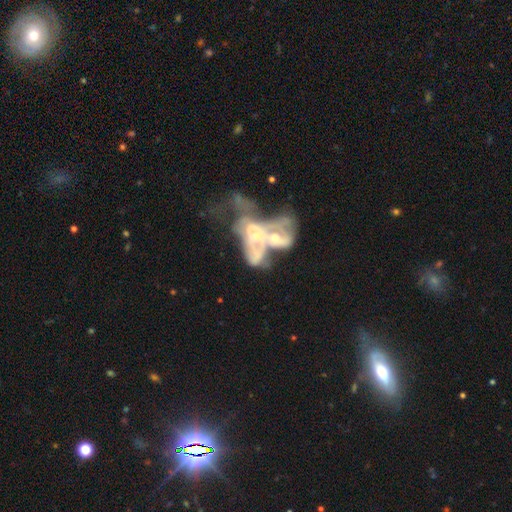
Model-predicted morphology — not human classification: type=featured or disk (70%); edge-on=no (96%); bar=no (81%); spiral arms=no (56%); bulge=moderate (52%); merging=merger (80%).